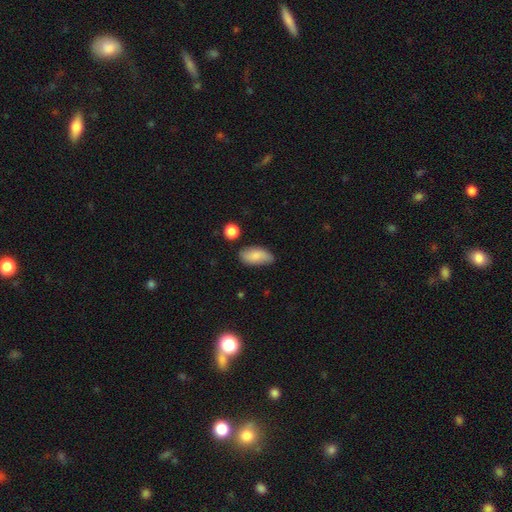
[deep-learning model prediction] This is clearly a smooth galaxy (81%). How rounded: clearly in between (92%). Merging: likely none (73%).